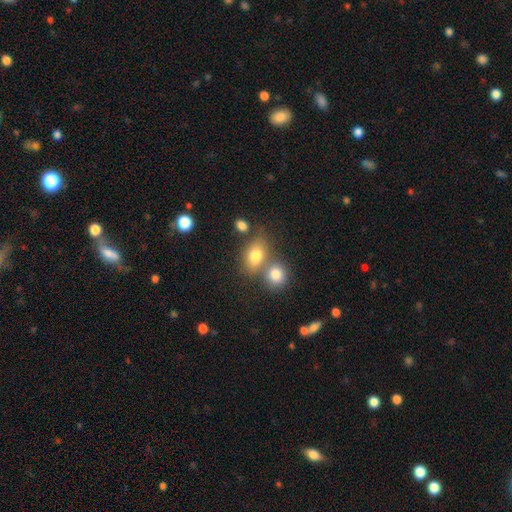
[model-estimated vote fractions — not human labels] A smooth galaxy with no disk features (78%) that is in between round and cigar-shaped (68%).

Vote fractions:
- Smooth or featured? smooth: 78% / featured or disk: 11% / star or artifact: 11%
- How rounded? in between: 68% / round: 30% / cigar-shaped: 2%
- Merging? none: 47% / merger: 37% / minor disturbance: 11% / major disturbance: 5%